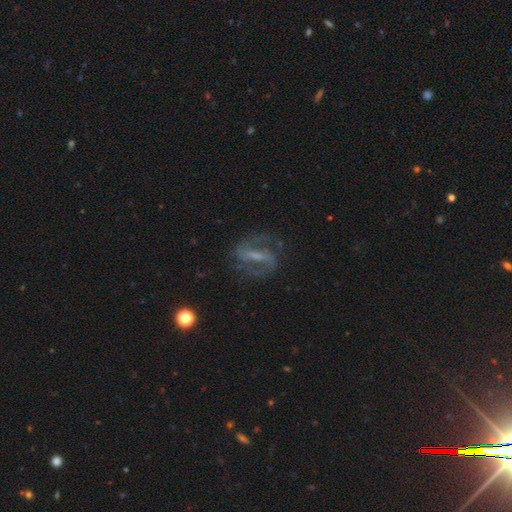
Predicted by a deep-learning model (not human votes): A featured or disk galaxy (85%) with a strong bar (56%), 2 (90%) medium (55%) spiral arms (94%) and a small central bulge (40%).

Vote fractions:
- Smooth or featured? featured or disk: 85% / smooth: 8% / star or artifact: 7%
- Edge-on disk? no: 95% / yes: 5%
- Bar? strong: 56% / weak: 35% / no: 10%
- Spiral arms? yes: 94% / no: 6%
- Spiral winding? medium: 55% / loose: 23% / tight: 22%
- Spiral arm count? 2: 90% / can't tell: 5% / 1: 2% / 3: 2% / 4: 1% / more than 4: 1%
- Bulge size? small: 40% / none: 31% / moderate: 23% / large: 4% / dominant: 1%
- Merging? none: 76% / minor disturbance: 14% / major disturbance: 8% / merger: 2%